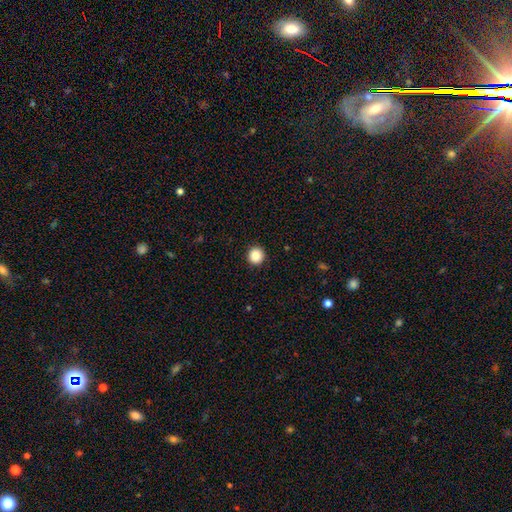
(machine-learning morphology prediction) Smooth or featured: smooth — 87% (star or artifact — 9%)
How rounded: round — 94% (in between — 5%)
Merging: none — 93% (minor disturbance — 5%)